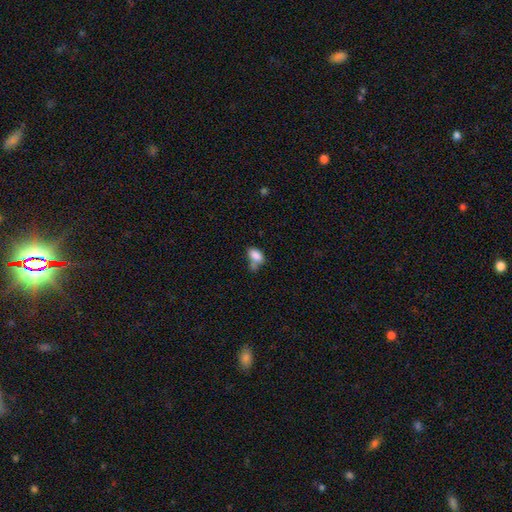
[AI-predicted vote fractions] Smooth or featured? Predicted: smooth (p=0.83). How rounded? Predicted: in between (p=0.88). Merging? Predicted: merger (p=0.35).